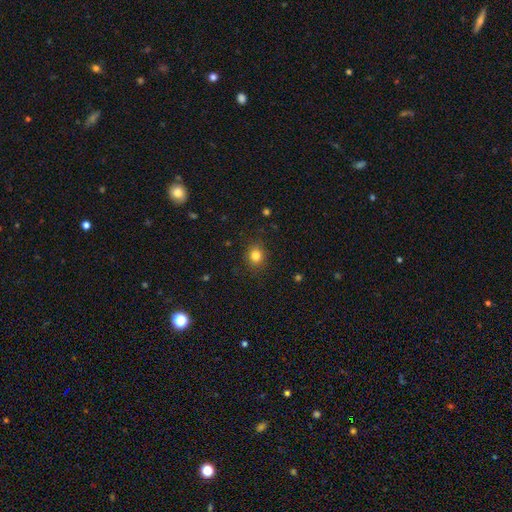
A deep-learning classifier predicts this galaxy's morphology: A smooth galaxy with no disk features (82%) that is round (72%).

Vote fractions:
- Smooth or featured? smooth: 82% / star or artifact: 12% / featured or disk: 6%
- How rounded? round: 72% / in between: 27% / cigar-shaped: 1%
- Merging? none: 87% / minor disturbance: 9% / major disturbance: 3% / merger: 1%